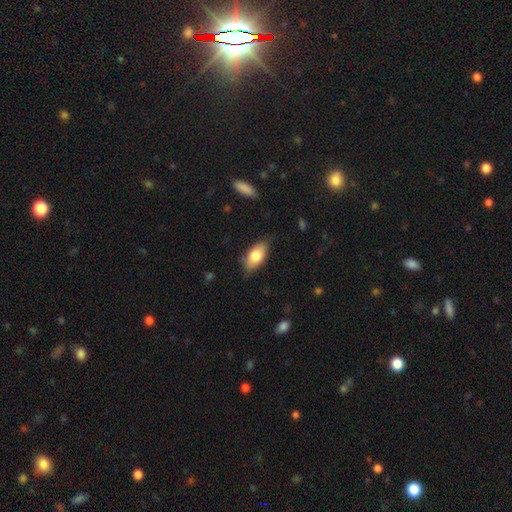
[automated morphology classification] This appears to be a smooth galaxy with no disk features (77%) that is in between round and cigar-shaped (89%). Merging: none (78%).